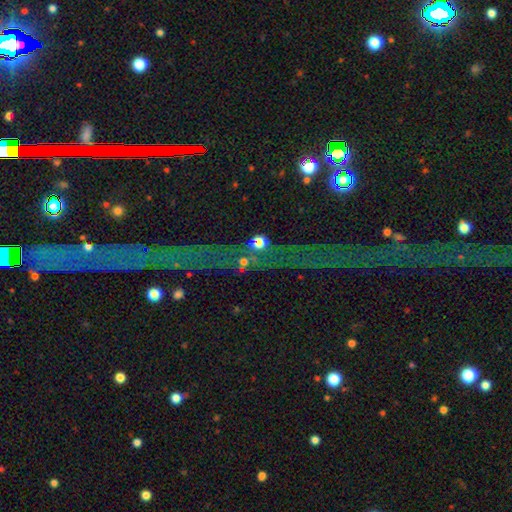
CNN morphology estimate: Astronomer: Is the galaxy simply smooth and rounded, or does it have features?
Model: star or artifact — 81%.